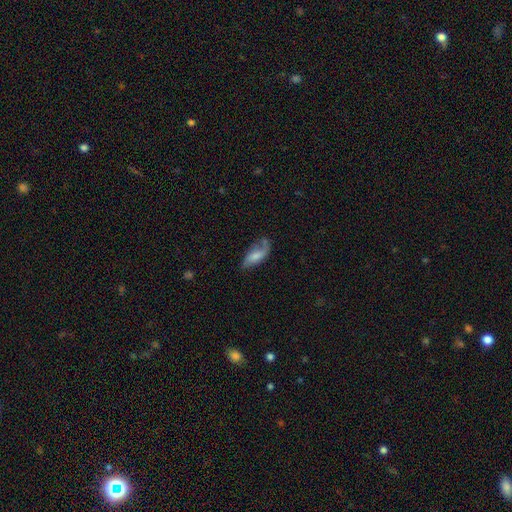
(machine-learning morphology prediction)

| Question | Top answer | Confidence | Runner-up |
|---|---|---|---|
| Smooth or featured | smooth | 49% | featured or disk (43%) |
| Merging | none | 46% | minor disturbance (29%) |